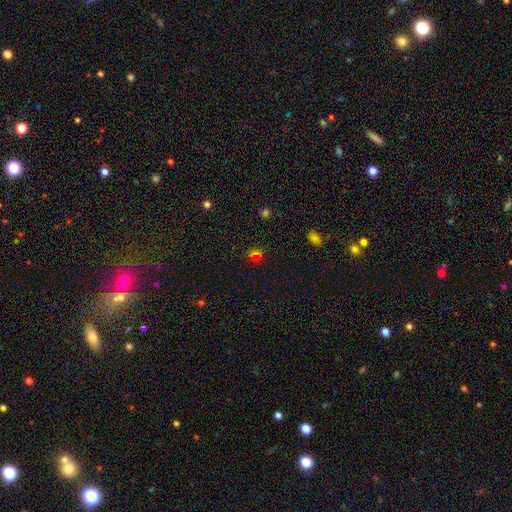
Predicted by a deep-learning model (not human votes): Smooth or featured?
  - smooth: 52% *
  - star or artifact: 39%
  - featured or disk: 8%
How rounded?
  - round: 78% *
  - in between: 20%
  - cigar-shaped: 2%
Merging?
  - none: 82% *
  - minor disturbance: 10%
  - major disturbance: 4%
  - merger: 4%